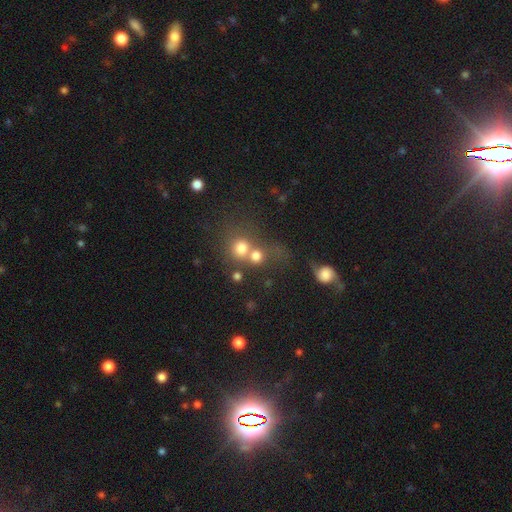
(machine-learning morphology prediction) smooth_or_featured: smooth (p=0.72) [alt: star or artifact p=0.15]
how_rounded: round (p=0.81) [alt: in between p=0.18]
merging: merger (p=0.51) [alt: none p=0.34]